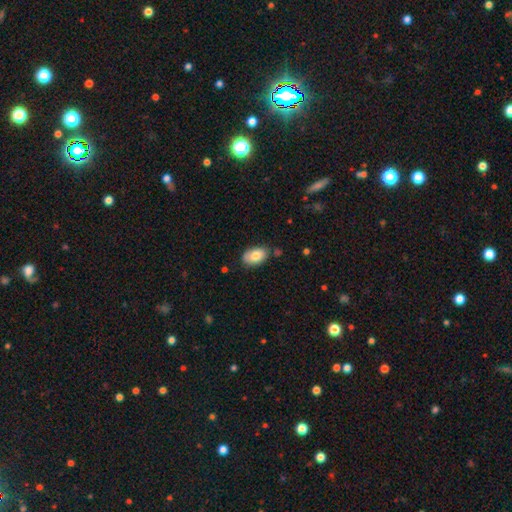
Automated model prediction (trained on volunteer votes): Smooth or featured: smooth — 81% (featured or disk — 12%)
How rounded: in between — 91% (round — 7%)
Merging: none — 75% (minor disturbance — 19%)